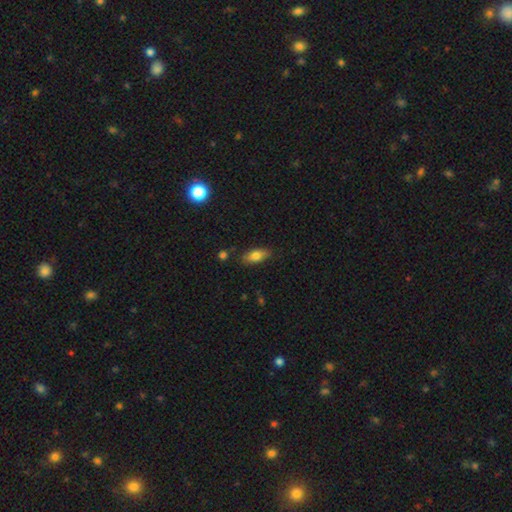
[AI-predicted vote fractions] smooth_or_featured: smooth (p=0.76) [alt: featured or disk p=0.16]
how_rounded: in between (p=0.83) [alt: cigar-shaped p=0.14]
merging: none (p=0.83) [alt: minor disturbance p=0.12]